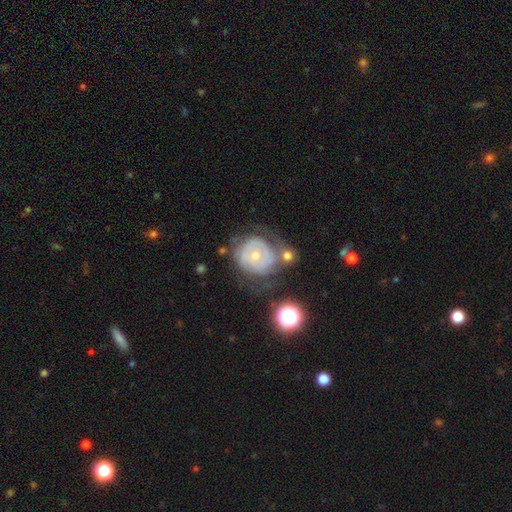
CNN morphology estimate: A featured or disk galaxy (67%) with no bar (82%), spiral arms (71%) and a small central bulge (52%).

Vote fractions:
- Smooth or featured? featured or disk: 67% / smooth: 24% / star or artifact: 8%
- Edge-on disk? no: 97% / yes: 3%
- Bar? no: 82% / weak: 15% / strong: 4%
- Spiral arms? yes: 71% / no: 29%
- Bulge size? small: 52% / moderate: 44% / large: 2% / none: 1% / dominant: 1%
- Merging? none: 48% / minor disturbance: 23% / major disturbance: 16% / merger: 13%